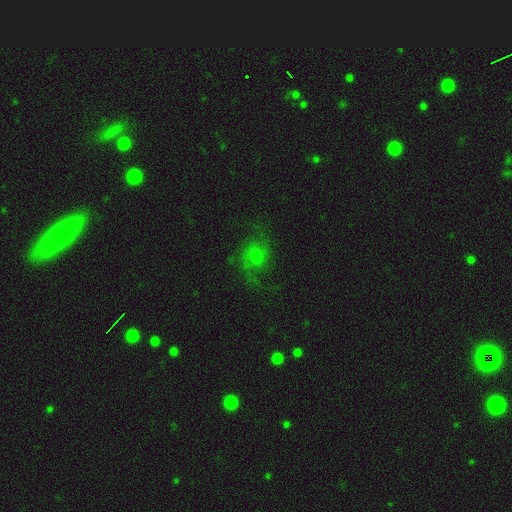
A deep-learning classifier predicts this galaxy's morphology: Smooth or featured? featured or disk (51%)
Edge-on disk? no (97%)
Merging? none (63%)